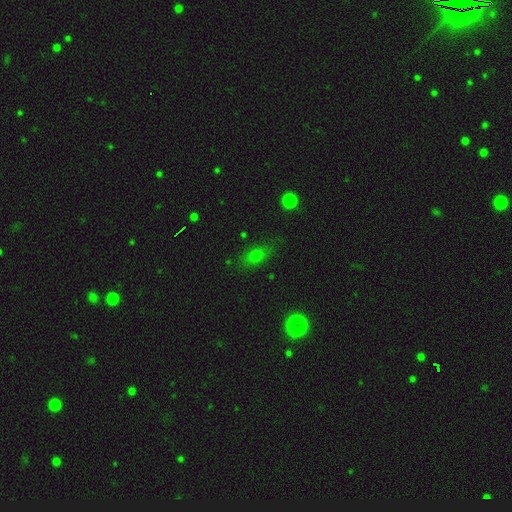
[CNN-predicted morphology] type=smooth (69%); roundness=in between (69%); merging=none (77%).